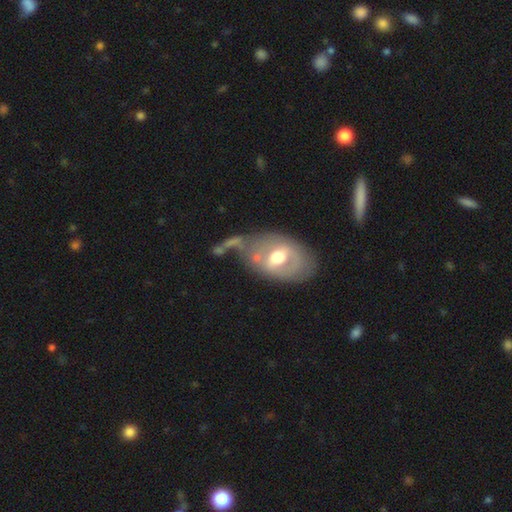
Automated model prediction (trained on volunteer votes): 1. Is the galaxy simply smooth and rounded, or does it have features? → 59% featured or disk, 34% smooth, 7% star or artifact.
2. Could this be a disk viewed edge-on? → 92% no, 8% yes.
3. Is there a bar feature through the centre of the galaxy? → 41% weak, 34% no, 25% strong.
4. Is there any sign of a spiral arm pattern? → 68% no, 32% yes.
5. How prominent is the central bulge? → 71% moderate, 18% large, 8% small, 1% dominant, 1% none.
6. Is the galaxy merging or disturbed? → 38% none, 23% minor disturbance, 21% major disturbance, 19% merger.